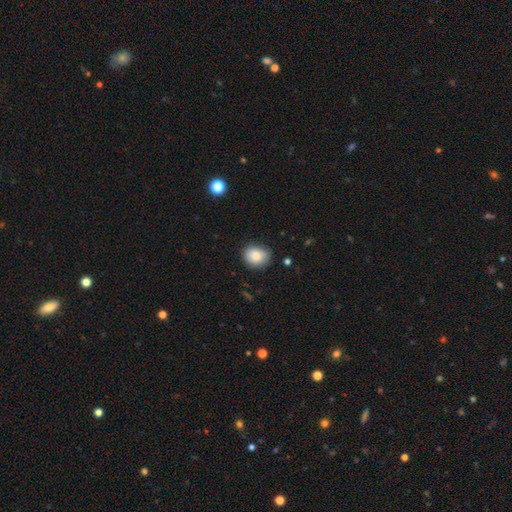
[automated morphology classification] This is clearly a smooth galaxy (83%). How rounded: likely round (61%). Merging: likely none (76%).